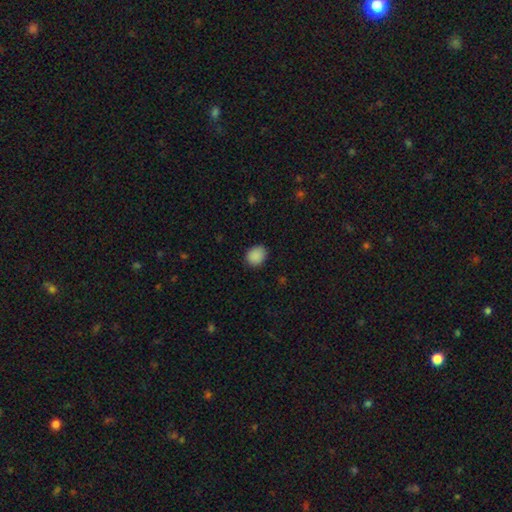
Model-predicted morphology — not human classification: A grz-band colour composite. It shows a smooth galaxy with no disk features (89%) that is round (63%). Merging: none (86%).